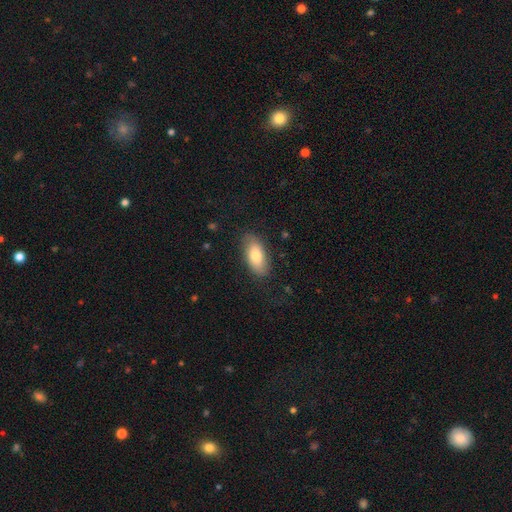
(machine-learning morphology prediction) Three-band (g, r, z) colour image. It shows a smooth galaxy with no disk features (77%) that is in between round and cigar-shaped (90%). Merging: none (82%).